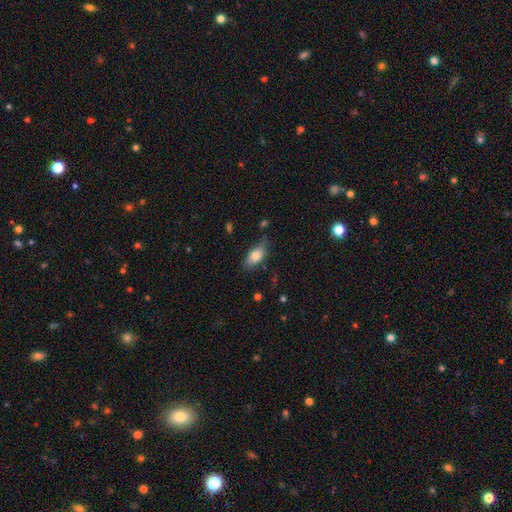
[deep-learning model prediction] smooth-or-featured: smooth: 76% | featured or disk: 16% | star or artifact: 7%
  how-rounded: in between: 85% | cigar-shaped: 11% | round: 4%
  merging: none: 70% | minor disturbance: 23% | major disturbance: 5% | merger: 3%